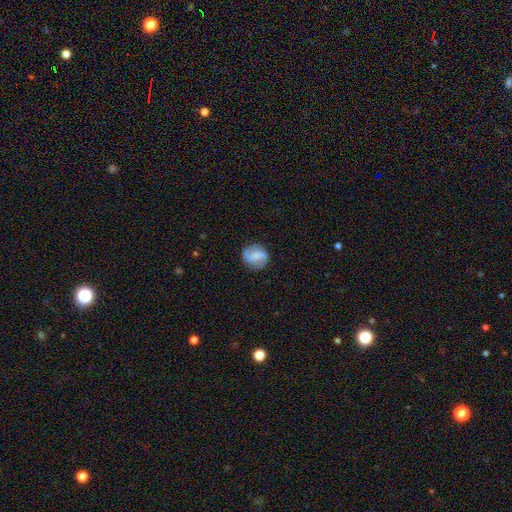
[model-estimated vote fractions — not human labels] smooth_or_featured: featured or disk (p=0.53) [alt: smooth p=0.39]
disk_edge_on: no (p=0.97) [alt: yes p=0.03]
bar: weak (p=0.44) [alt: strong p=0.33]
has_spiral_arms: yes (p=0.85) [alt: no p=0.15]
bulge_size: small (p=0.42) [alt: moderate p=0.30]
merging: none (p=0.83) [alt: minor disturbance p=0.12]